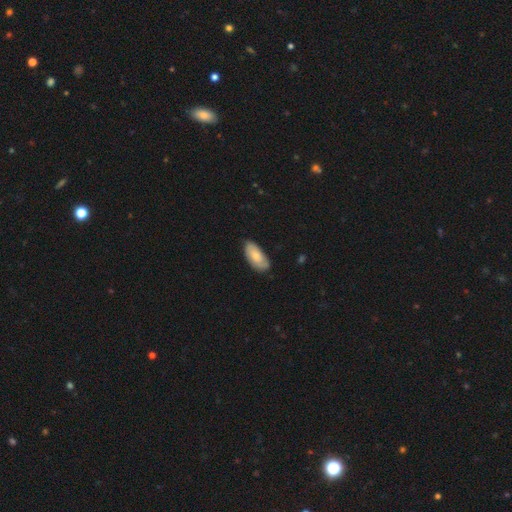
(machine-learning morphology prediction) The model was most divided on "merging": none: 70%, minor disturbance: 25%, major disturbance: 4%, merger: 1%. More confident: how rounded — in between (92%); smooth or featured — smooth (71%).